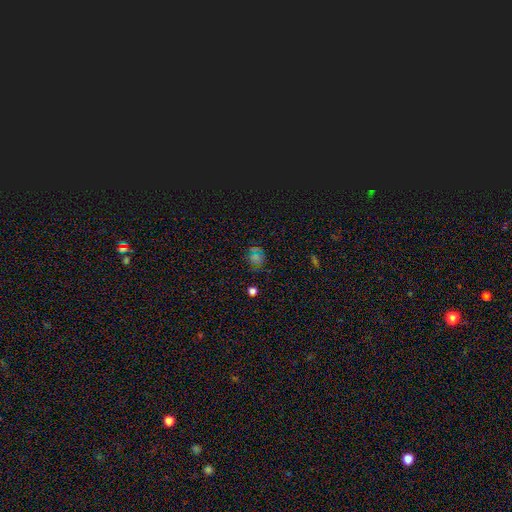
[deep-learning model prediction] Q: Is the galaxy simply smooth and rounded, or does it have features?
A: star or artifact — 50%.